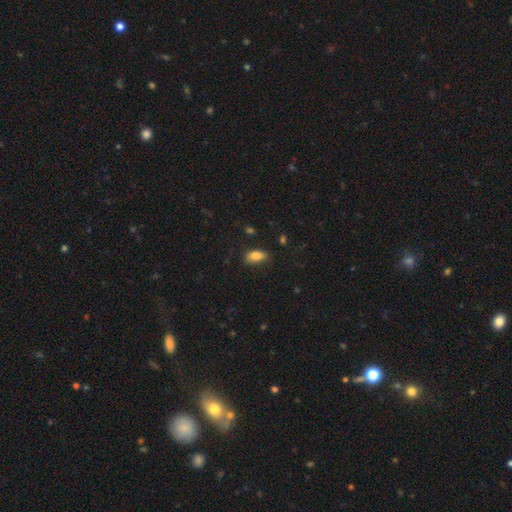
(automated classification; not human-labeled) A smooth galaxy with no disk features (84%) that is in between round and cigar-shaped (90%).

Vote fractions:
- Smooth or featured? smooth: 84% / star or artifact: 9% / featured or disk: 8%
- How rounded? in between: 90% / cigar-shaped: 6% / round: 4%
- Merging? none: 75% / minor disturbance: 19% / major disturbance: 4% / merger: 2%